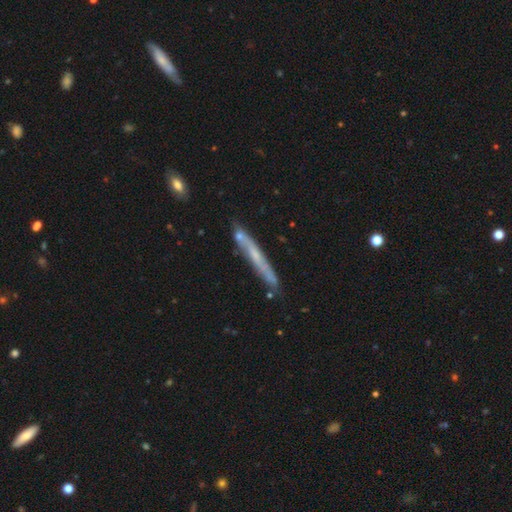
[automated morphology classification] Smooth or featured: featured or disk — 57% (smooth — 35%)
Edge-on disk: yes — 89% (no — 11%)
Edge-on bulge: none — 70% (rounded — 25%)
Merging: none — 77% (minor disturbance — 15%)